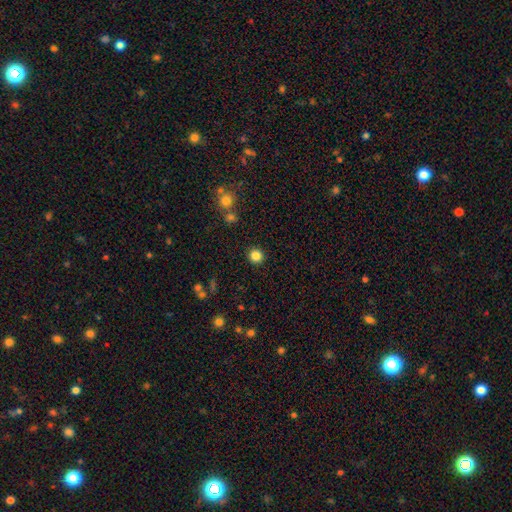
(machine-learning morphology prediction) The model was most divided on "smooth or featured": smooth: 84%, star or artifact: 12%, featured or disk: 4%. More confident: how rounded — round (94%); merging — none (92%).